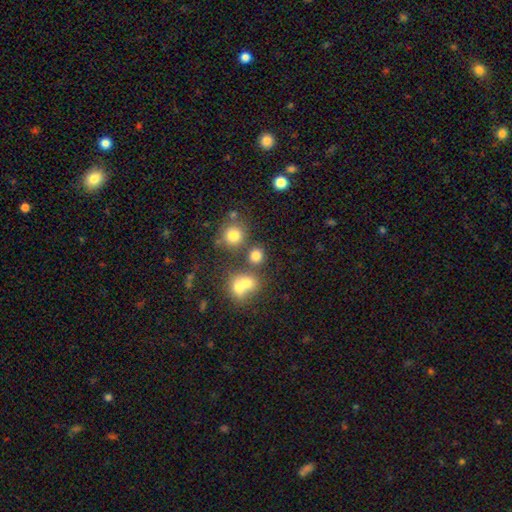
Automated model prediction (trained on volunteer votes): Q: Smooth or featured?
A: smooth (76%); runner-up: star or artifact (16%)
Q: How rounded?
A: round (83%); runner-up: in between (16%)
Q: Merging?
A: none (64%); runner-up: merger (23%)